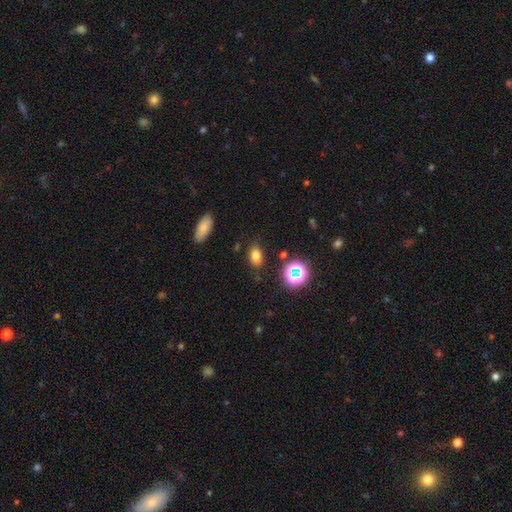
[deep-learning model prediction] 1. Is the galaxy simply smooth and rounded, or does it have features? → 75% smooth, 17% star or artifact, 8% featured or disk.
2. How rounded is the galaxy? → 82% in between, 16% round, 2% cigar-shaped.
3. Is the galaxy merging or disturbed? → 81% none, 12% minor disturbance, 3% major disturbance, 3% merger.